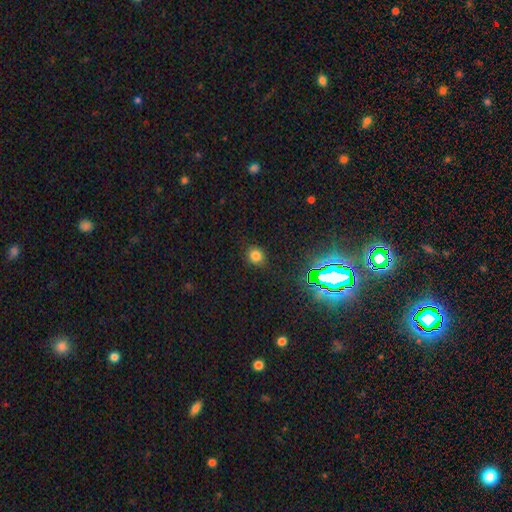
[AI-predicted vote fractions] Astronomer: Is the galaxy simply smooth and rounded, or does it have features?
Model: smooth — 76%.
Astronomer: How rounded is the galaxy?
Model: round — 78%.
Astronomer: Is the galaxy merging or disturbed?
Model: none — 86%.